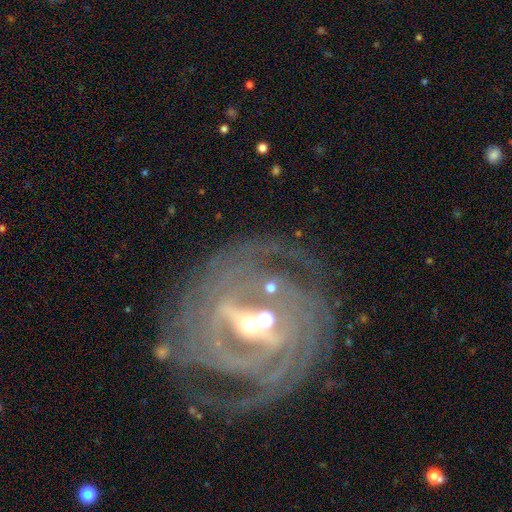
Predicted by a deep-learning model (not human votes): smooth_or_featured: featured or disk (p=0.87) [alt: star or artifact p=0.08]
disk_edge_on: no (p=0.95) [alt: yes p=0.05]
bar: strong (p=0.51) [alt: weak p=0.34]
has_spiral_arms: yes (p=0.93) [alt: no p=0.07]
spiral_winding: tight (p=0.68) [alt: medium p=0.25]
spiral_arm_count: can't tell (p=0.30) [alt: 2 p=0.24]
bulge_size: small (p=0.55) [alt: moderate p=0.38]
merging: none (p=0.63) [alt: minor disturbance p=0.16]